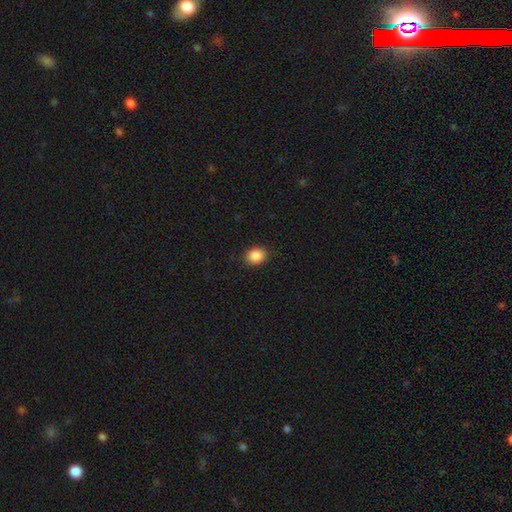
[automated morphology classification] Smooth or featured? smooth (88%)
How rounded? round (50%)
Merging? none (88%)